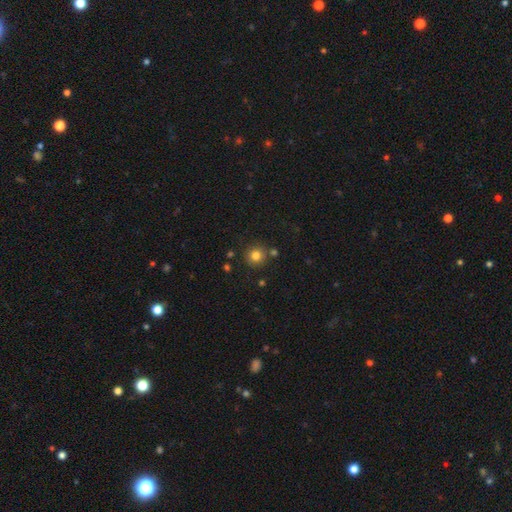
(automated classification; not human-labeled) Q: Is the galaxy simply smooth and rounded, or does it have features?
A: smooth — 79%.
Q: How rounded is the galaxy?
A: round — 94%.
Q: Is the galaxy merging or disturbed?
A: none — 83%.